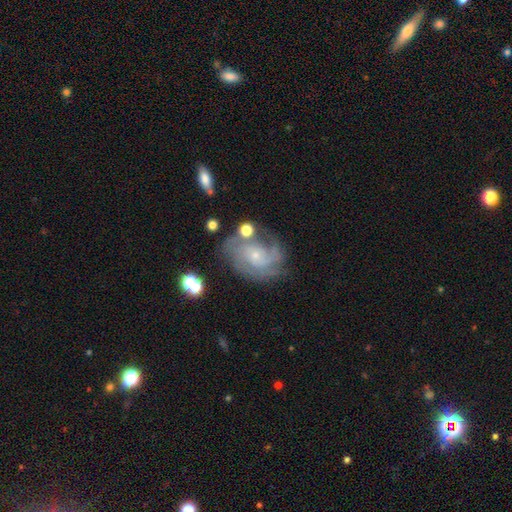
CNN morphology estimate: Smooth or featured? Predicted: featured or disk (p=0.83). Edge-on disk? Predicted: no (p=0.97). Bar? Predicted: no (p=0.73). Spiral arms? Predicted: yes (p=0.95). Spiral winding? Predicted: tight (p=0.53). Spiral arm count? Predicted: can't tell (p=0.28). Bulge size? Predicted: small (p=0.80). Merging? Predicted: none (p=0.63).